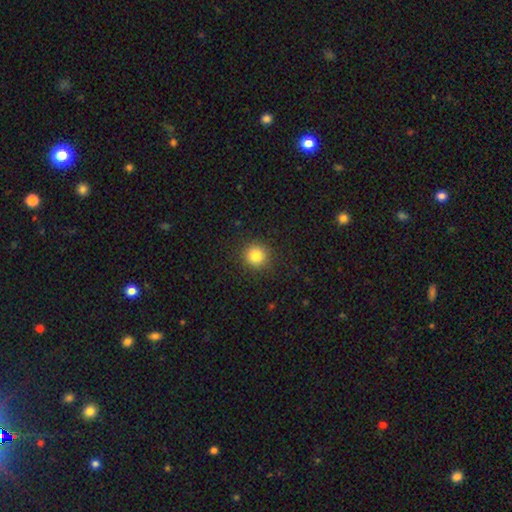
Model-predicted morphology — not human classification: Q: Smooth or featured?
A: smooth (83%); runner-up: star or artifact (12%)
Q: How rounded?
A: round (93%); runner-up: in between (6%)
Q: Merging?
A: none (90%); runner-up: minor disturbance (6%)